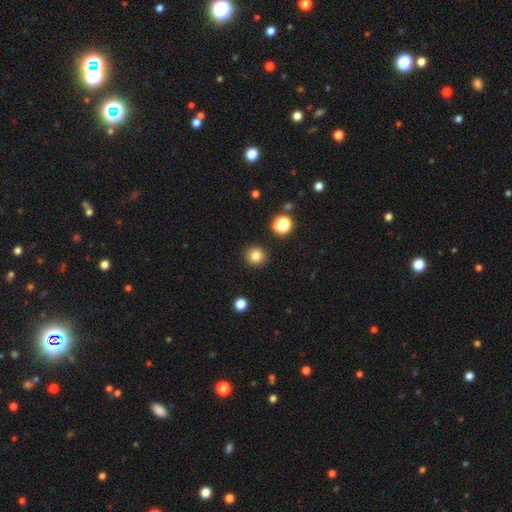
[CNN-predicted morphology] Smooth or featured? Predicted: smooth (p=0.82). How rounded? Predicted: round (p=0.91). Merging? Predicted: none (p=0.91).